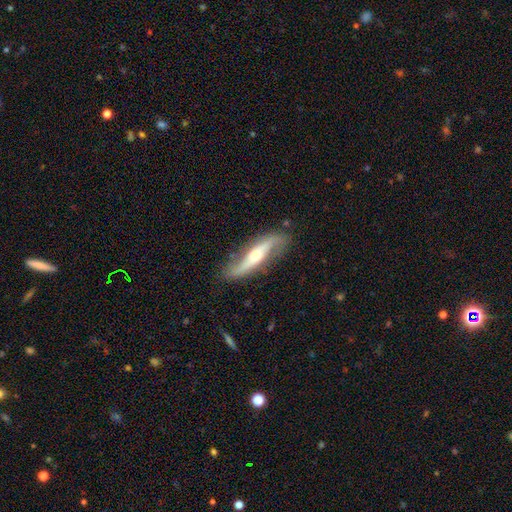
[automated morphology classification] A featured or disk galaxy (80%) with no bar (44%), spiral arms (89%) and a moderate central bulge (54%). Merging: none (78%).